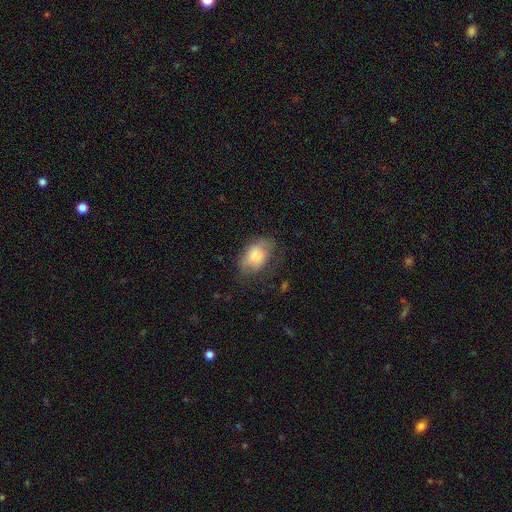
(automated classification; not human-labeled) This appears to be a smooth galaxy with no disk features (76%) that is in between round and cigar-shaped (85%). Merging: none (46%).